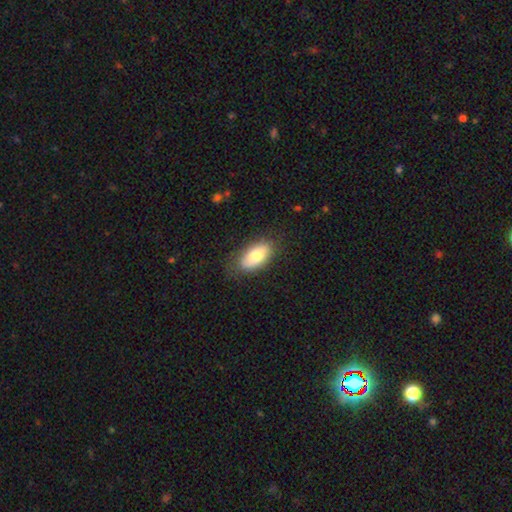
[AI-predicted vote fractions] Smooth or featured: smooth — 77% (featured or disk — 17%)
How rounded: in between — 92% (cigar-shaped — 5%)
Merging: none — 80% (minor disturbance — 15%)